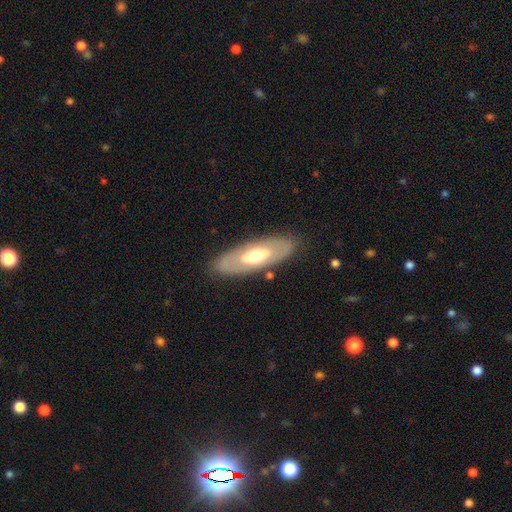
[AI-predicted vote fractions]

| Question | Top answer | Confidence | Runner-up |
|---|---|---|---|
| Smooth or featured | featured or disk | 53% | smooth (41%) |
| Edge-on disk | no | 76% | yes (24%) |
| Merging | none | 83% | minor disturbance (12%) |